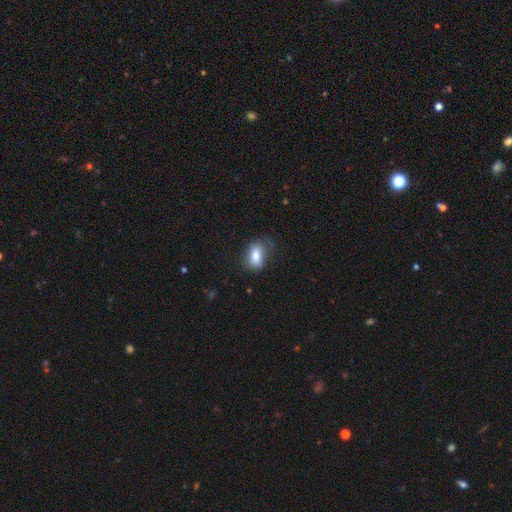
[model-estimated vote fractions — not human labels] The model was most divided on "merging": none: 63%, minor disturbance: 26%, major disturbance: 10%, merger: 2%. More confident: how rounded — in between (85%); smooth or featured — smooth (77%).